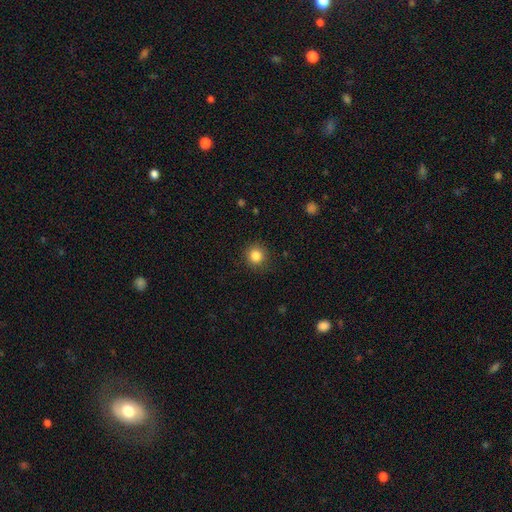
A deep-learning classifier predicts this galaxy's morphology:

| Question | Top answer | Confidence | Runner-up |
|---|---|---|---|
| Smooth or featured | smooth | 84% | star or artifact (11%) |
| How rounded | round | 92% | in between (7%) |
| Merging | none | 90% | minor disturbance (7%) |